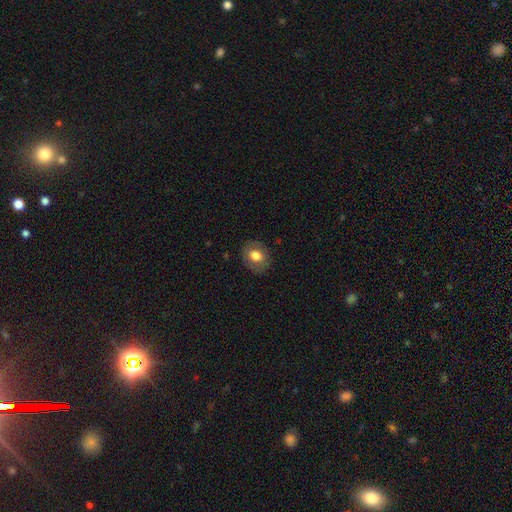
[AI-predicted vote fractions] smooth-or-featured: smooth: 74% | featured or disk: 18% | star or artifact: 8%
  how-rounded: in between: 50% | round: 49% | cigar-shaped: 1%
  merging: none: 85% | minor disturbance: 11% | major disturbance: 3% | merger: 1%